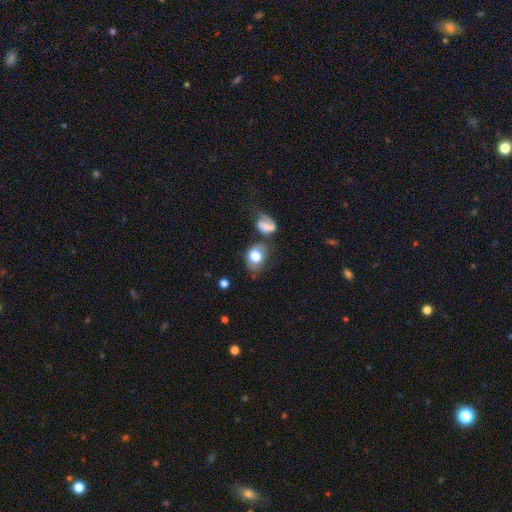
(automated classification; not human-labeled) smooth 73%, featured or disk 17%, star or artifact 10%. Down the decision tree: how rounded — in between (55%); merging — none (42%).